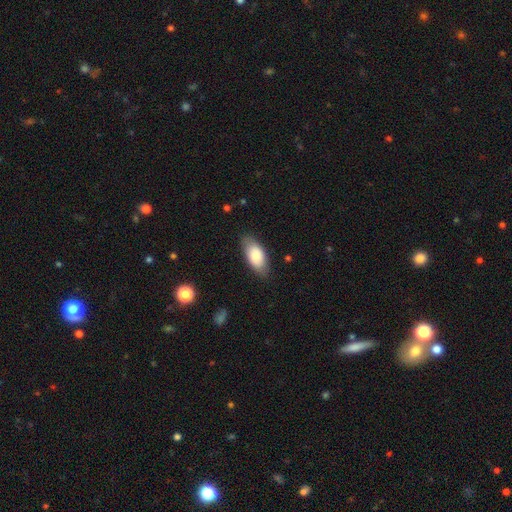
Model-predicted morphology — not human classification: The model was most divided on "smooth or featured": smooth: 80%, featured or disk: 14%, star or artifact: 6%. More confident: how rounded — in between (91%); merging — none (81%).